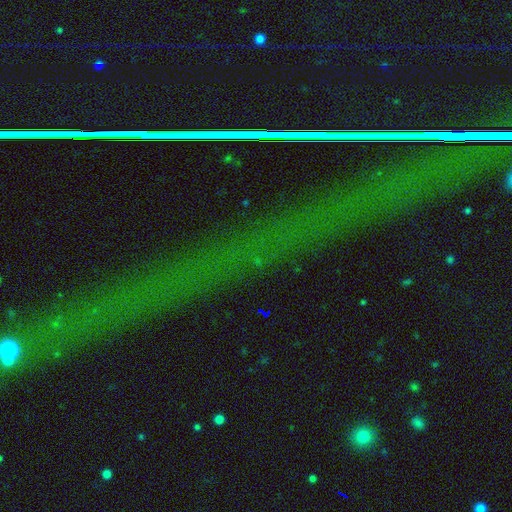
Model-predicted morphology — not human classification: Smooth or featured? star or artifact (81%)